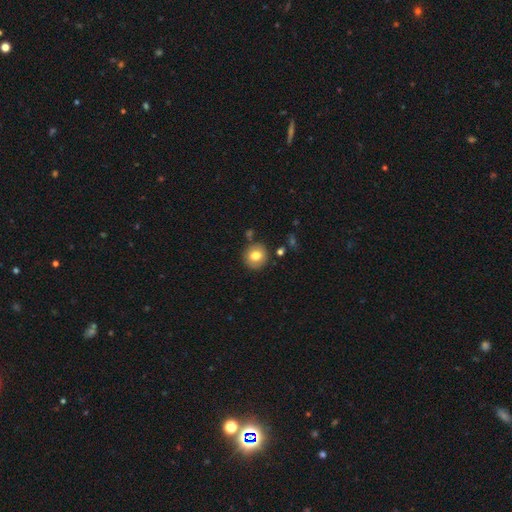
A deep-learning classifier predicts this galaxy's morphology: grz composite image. It shows a smooth galaxy with no disk features (78%) that is round (90%). Merging: none (84%).